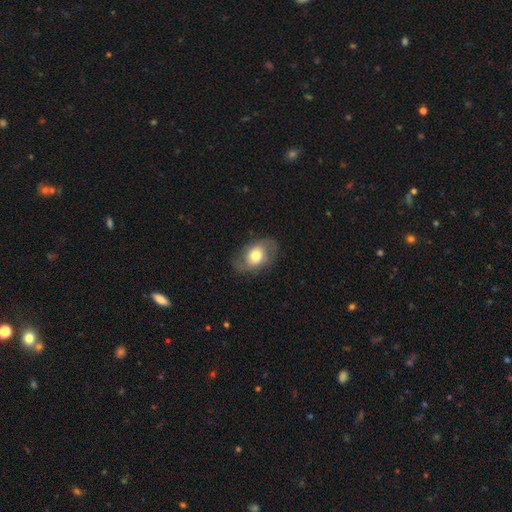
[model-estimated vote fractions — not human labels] Smooth or featured?
  - smooth: 53% *
  - featured or disk: 39%
  - star or artifact: 7%
How rounded?
  - in between: 78% *
  - round: 20%
  - cigar-shaped: 1%
Merging?
  - none: 75% *
  - minor disturbance: 17%
  - major disturbance: 7%
  - merger: 1%